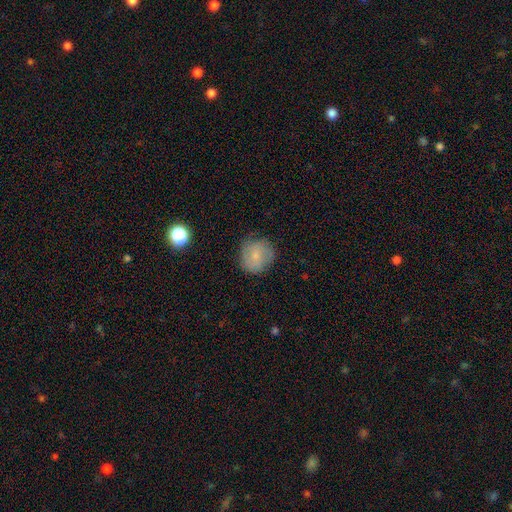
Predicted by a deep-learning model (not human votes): Smooth or featured: smooth — 69% (featured or disk — 23%)
How rounded: round — 88% (in between — 11%)
Merging: none — 76% (minor disturbance — 18%)